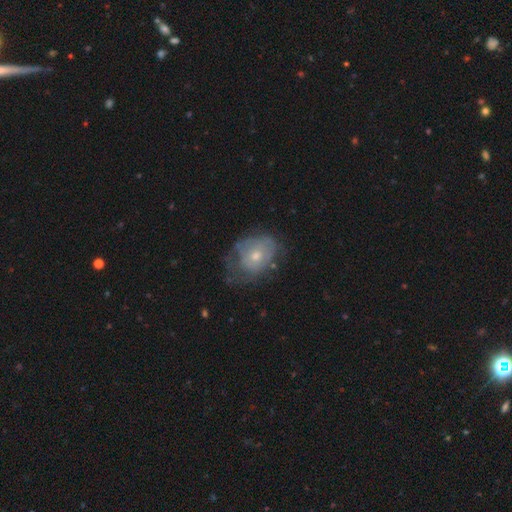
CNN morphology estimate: Smooth or featured? featured or disk (55%)
Edge-on disk? no (96%)
Bar? no (83%)
Spiral arms? yes (51%)
Bulge size? moderate (53%)
Merging? none (47%)